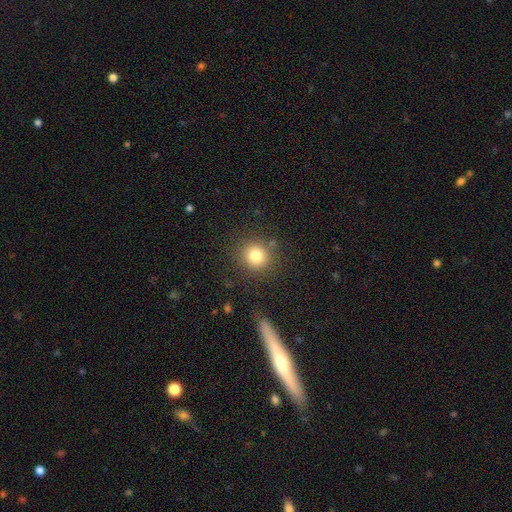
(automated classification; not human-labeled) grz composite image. It shows a smooth galaxy with no disk features (81%) that is round (90%). Merging: none (85%).